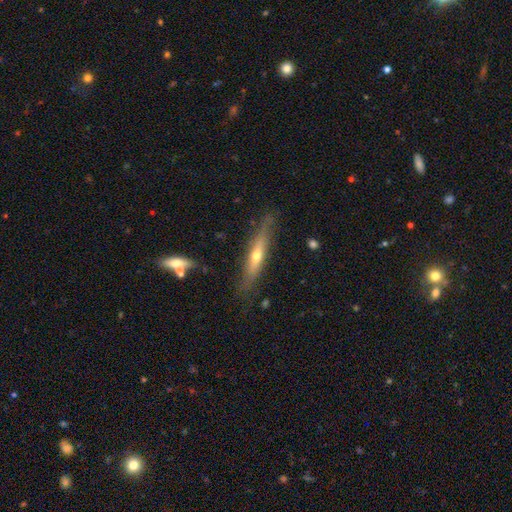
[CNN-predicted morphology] Q: Smooth or featured?
A: featured or disk (59%); runner-up: smooth (35%)
Q: Edge-on disk?
A: yes (87%); runner-up: no (13%)
Q: Edge-on bulge?
A: rounded (83%); runner-up: none (14%)
Q: Merging?
A: none (79%); runner-up: minor disturbance (15%)